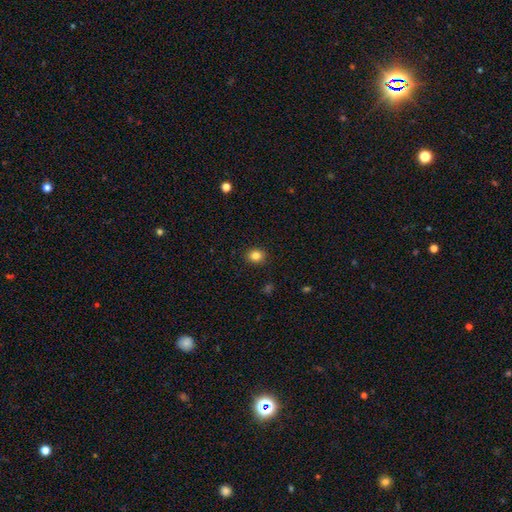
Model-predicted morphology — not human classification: Q: Smooth or featured?
A: smooth (83%); runner-up: star or artifact (12%)
Q: How rounded?
A: round (75%); runner-up: in between (25%)
Q: Merging?
A: none (90%); runner-up: minor disturbance (7%)